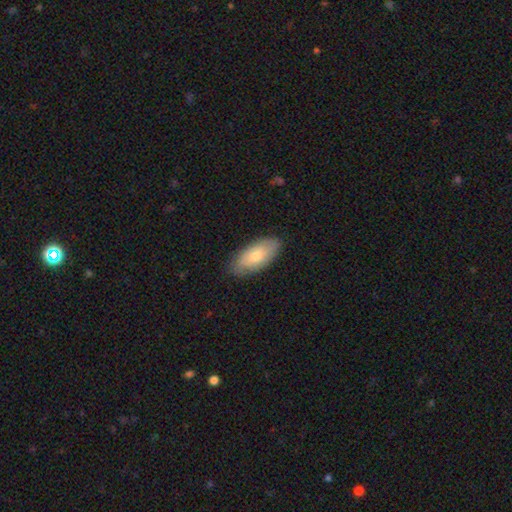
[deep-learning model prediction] Smooth or featured? Predicted: smooth (p=0.68). How rounded? Predicted: in between (p=0.90). Merging? Predicted: none (p=0.83).